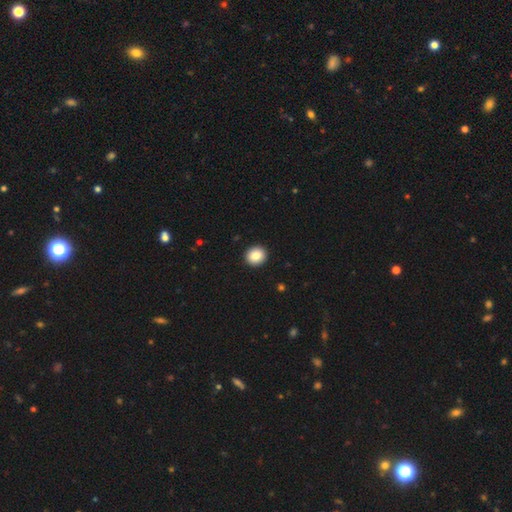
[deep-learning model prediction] Smooth or featured? smooth (86%)
How rounded? round (83%)
Merging? none (93%)